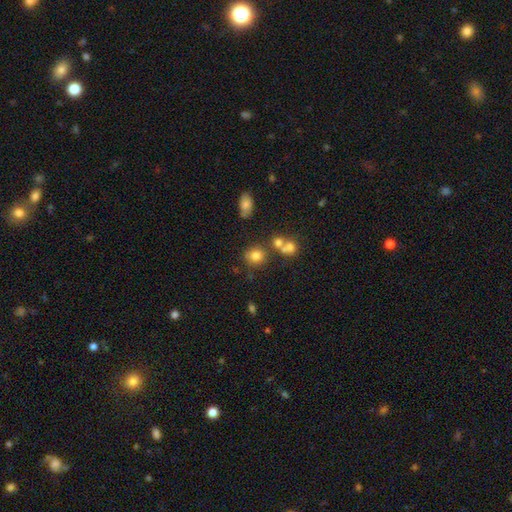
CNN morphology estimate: Smooth or featured? smooth (78%)
How rounded? round (79%)
Merging? none (70%)